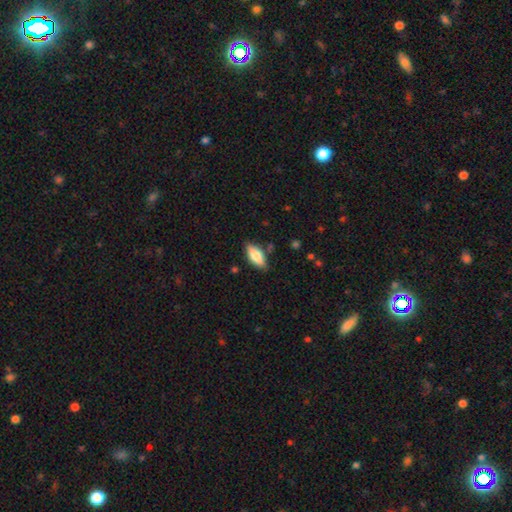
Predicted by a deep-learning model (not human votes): smooth_or_featured: smooth (p=0.76) [alt: featured or disk p=0.17]
how_rounded: in between (p=0.82) [alt: cigar-shaped p=0.16]
merging: none (p=0.81) [alt: minor disturbance p=0.14]